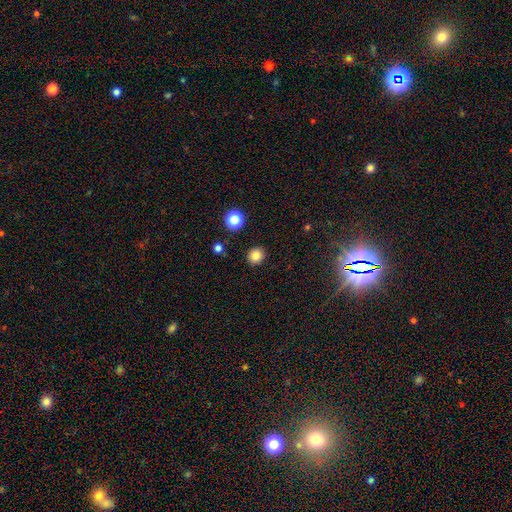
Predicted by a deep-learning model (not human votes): Smooth or featured? smooth (83%)
How rounded? round (88%)
Merging? none (91%)